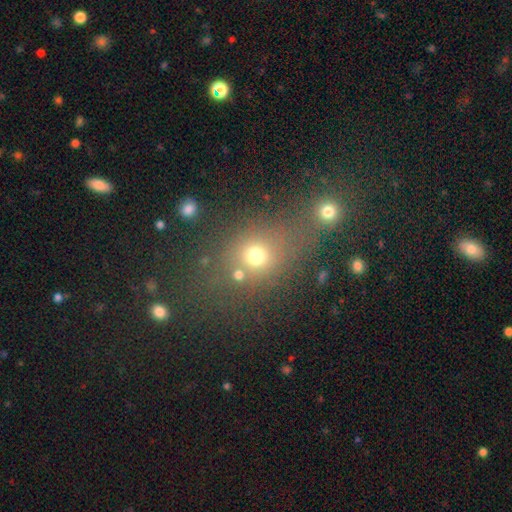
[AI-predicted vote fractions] smooth-or-featured: smooth: 67% | star or artifact: 22% | featured or disk: 11%
  how-rounded: round: 64% | in between: 33% | cigar-shaped: 3%
  merging: none: 57% | merger: 23% | minor disturbance: 12% | major disturbance: 8%